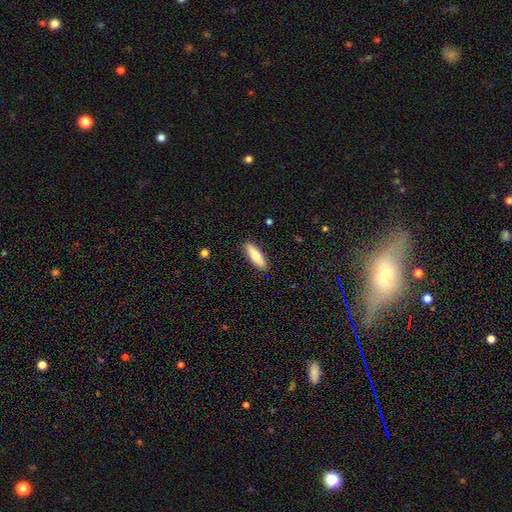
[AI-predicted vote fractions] The model was most divided on "how rounded": cigar-shaped: 55%, in between: 43%, round: 2%. More confident: merging — none (90%); smooth or featured — smooth (77%).